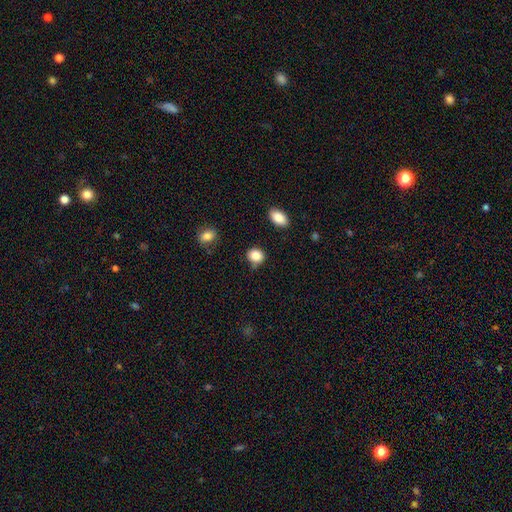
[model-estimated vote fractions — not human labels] This is clearly a smooth galaxy (86%). How rounded: likely round (74%). Merging: likely none (71%).